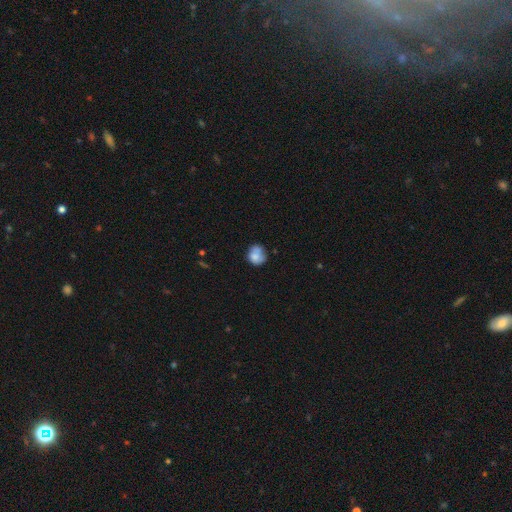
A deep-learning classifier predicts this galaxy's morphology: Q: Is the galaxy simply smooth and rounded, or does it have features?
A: smooth — 70%.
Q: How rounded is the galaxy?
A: round — 73%.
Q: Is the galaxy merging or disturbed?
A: none — 46%.